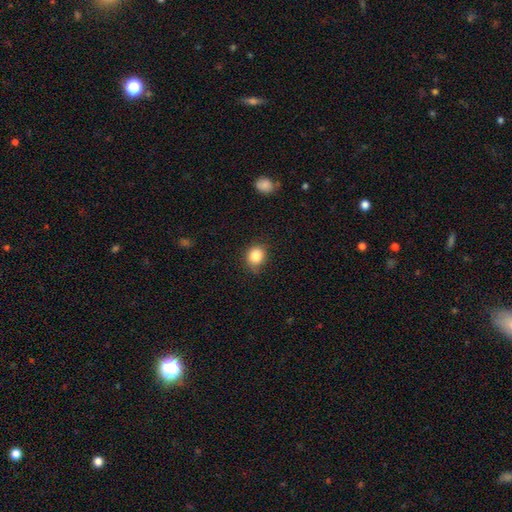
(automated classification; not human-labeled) Smooth or featured: smooth — 84% (star or artifact — 10%)
How rounded: round — 71% (in between — 28%)
Merging: none — 73% (minor disturbance — 21%)